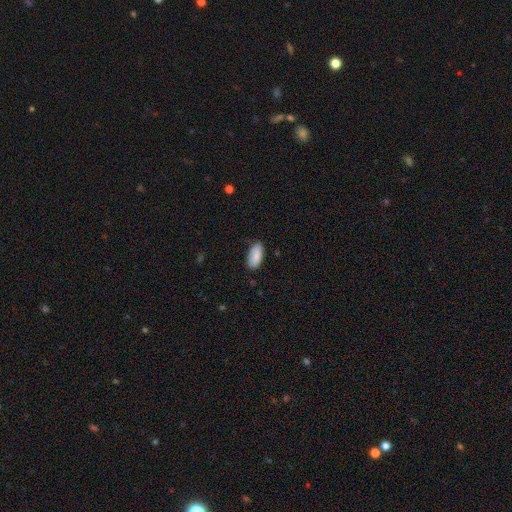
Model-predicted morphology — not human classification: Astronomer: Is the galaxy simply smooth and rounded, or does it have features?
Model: smooth — 87%.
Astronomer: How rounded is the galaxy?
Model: in between — 92%.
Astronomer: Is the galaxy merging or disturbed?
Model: none — 79%.